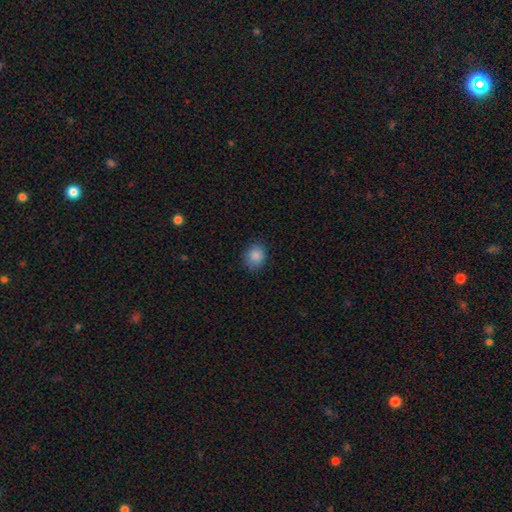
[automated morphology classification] Smooth or featured? Predicted: smooth (p=0.86). How rounded? Predicted: round (p=0.64). Merging? Predicted: none (p=0.84).